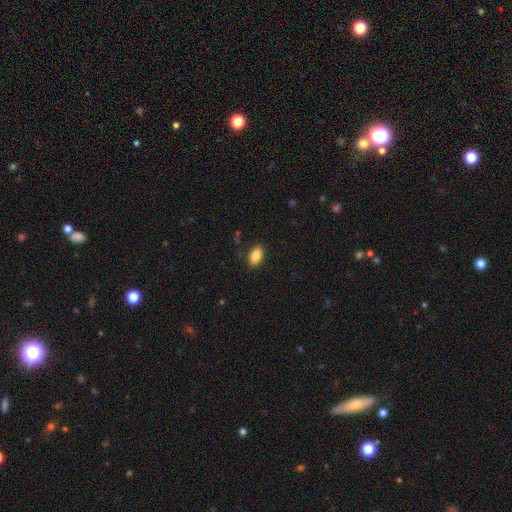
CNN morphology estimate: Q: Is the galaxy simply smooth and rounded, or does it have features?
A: smooth — 87%.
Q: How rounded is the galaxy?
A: in between — 92%.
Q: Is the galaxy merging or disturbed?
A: none — 87%.